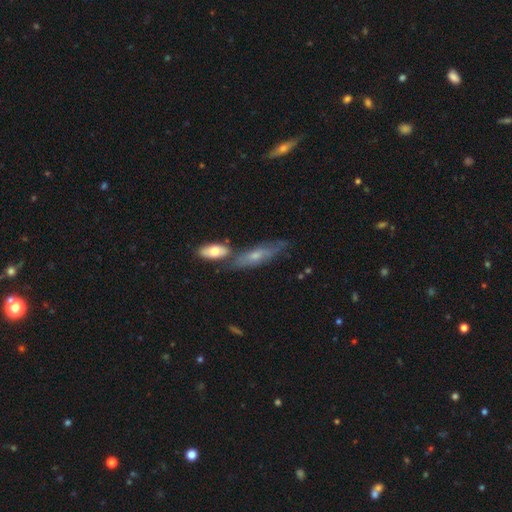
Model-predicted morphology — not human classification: type=smooth (46%, tied with featured or disk); merging=none (46%).